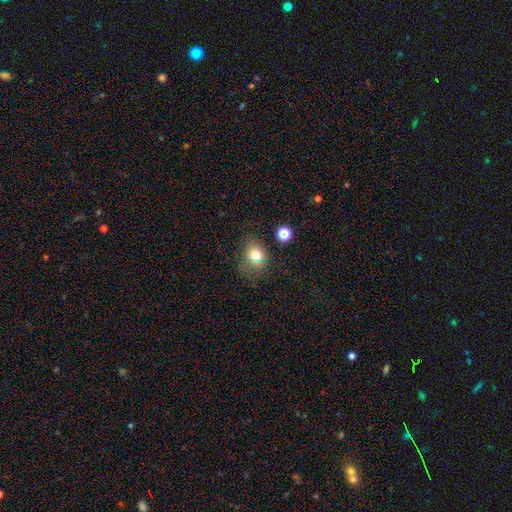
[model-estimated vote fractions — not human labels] smooth 75%, star or artifact 14%, featured or disk 11%. Down the decision tree: how rounded — round (54%); merging — none (60%).